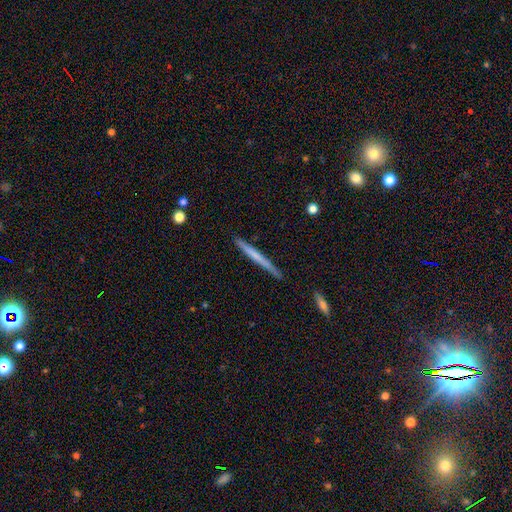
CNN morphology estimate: Smooth or featured? Predicted: smooth (p=0.52). How rounded? Predicted: cigar-shaped (p=0.97). Merging? Predicted: none (p=0.87).